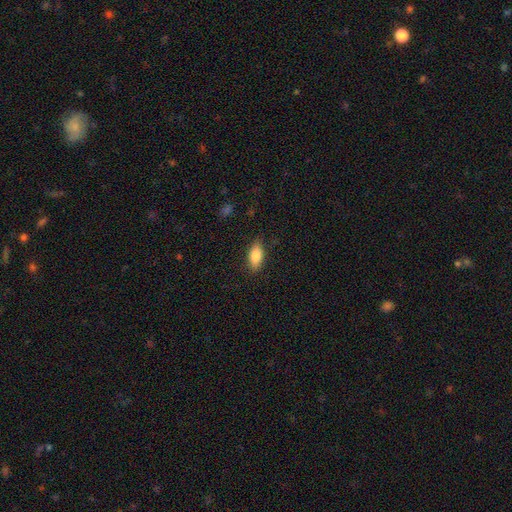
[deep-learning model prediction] Overall: smooth (84%). How rounded: in between (86%). Merging: none (84%).